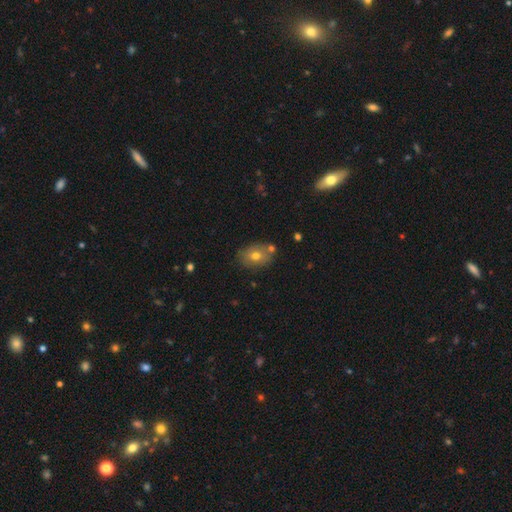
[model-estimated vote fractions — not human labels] This is likely a smooth galaxy (70%). How rounded: likely in between (71%). Merging: likely none (73%).